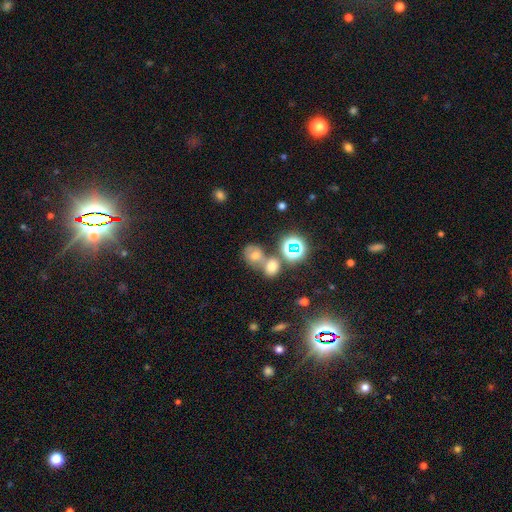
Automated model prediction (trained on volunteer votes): The model was most divided on "smooth or featured": star or artifact: 41%, smooth: 38%, featured or disk: 21%.